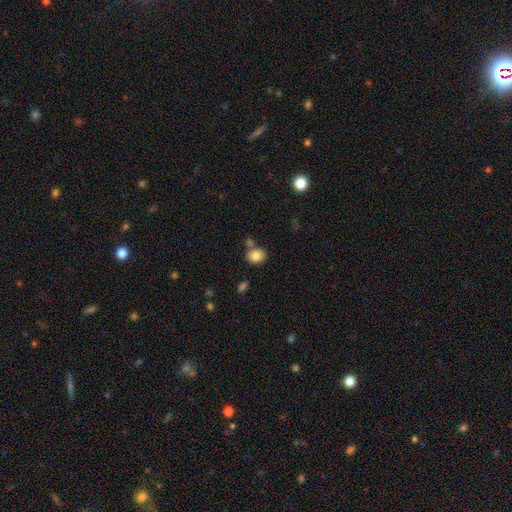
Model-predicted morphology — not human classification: smooth_or_featured: smooth (p=0.83) [alt: star or artifact p=0.09]
how_rounded: round (p=0.59) [alt: in between p=0.40]
merging: none (p=0.69) [alt: merger p=0.15]